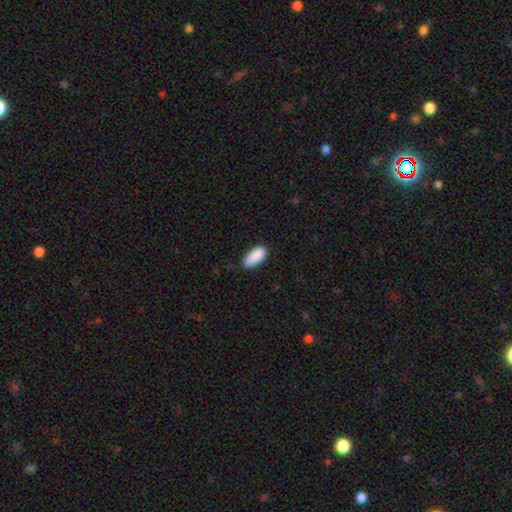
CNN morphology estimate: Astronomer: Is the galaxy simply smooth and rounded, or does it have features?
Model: smooth — 89%.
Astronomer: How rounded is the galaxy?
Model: in between — 86%.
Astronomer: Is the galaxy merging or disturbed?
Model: none — 72%.